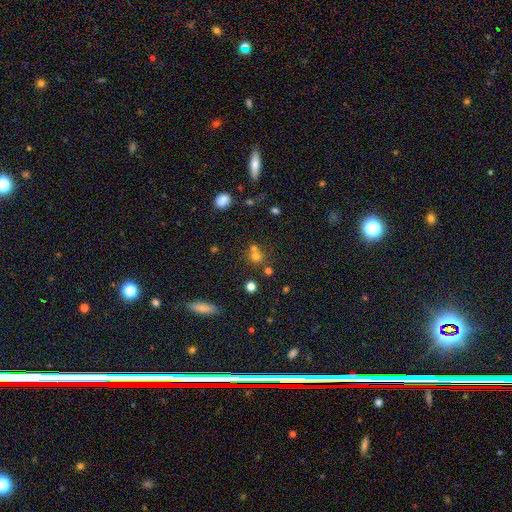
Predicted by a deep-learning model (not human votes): Smooth or featured: smooth — 65% (star or artifact — 22%)
How rounded: round — 85% (in between — 14%)
Merging: none — 49% (merger — 40%)